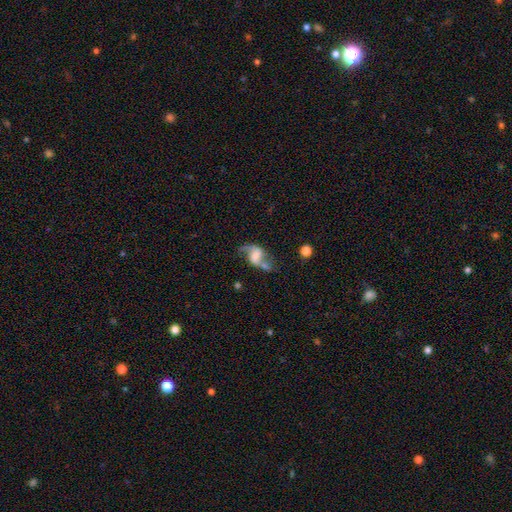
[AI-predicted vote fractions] Smooth or featured?
  - featured or disk: 72% *
  - smooth: 19%
  - star or artifact: 9%
Edge-on disk?
  - no: 97% *
  - yes: 3%
Bar?
  - weak: 41% *
  - no: 35%
  - strong: 24%
Spiral arms?
  - yes: 89% *
  - no: 11%
Spiral winding?
  - loose: 78% *
  - medium: 18%
  - tight: 4%
Spiral arm count?
  - 2: 87% *
  - 1: 7%
  - can't tell: 3%
  - 3: 1%
  - 4: 1%
  - more than 4: 1%
Bulge size?
  - none: 40% *
  - moderate: 19%
  - small: 19%
  - large: 17%
  - dominant: 4%
Merging?
  - none: 42% *
  - major disturbance: 20%
  - minor disturbance: 19%
  - merger: 19%